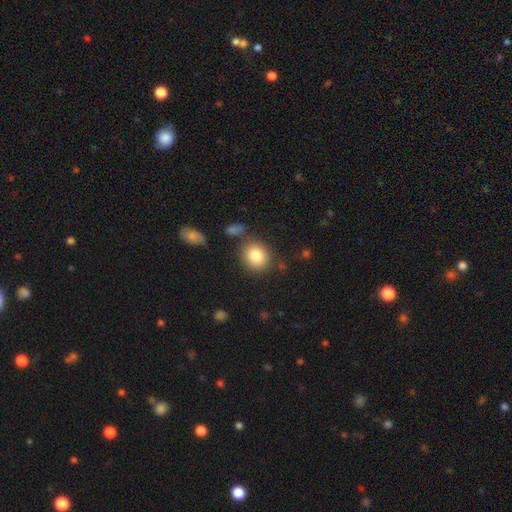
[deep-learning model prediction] Morphology: type=smooth (84%); roundness=round (71%); merging=none (76%).